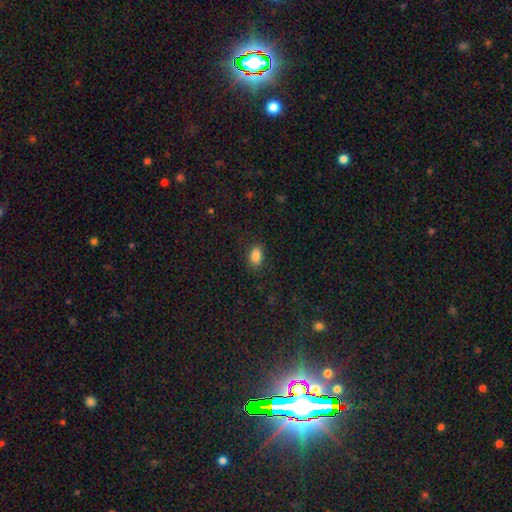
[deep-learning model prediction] The model was most divided on "merging": none: 85%, minor disturbance: 11%, major disturbance: 3%, merger: 1%. More confident: how rounded — in between (88%); smooth or featured — smooth (86%).